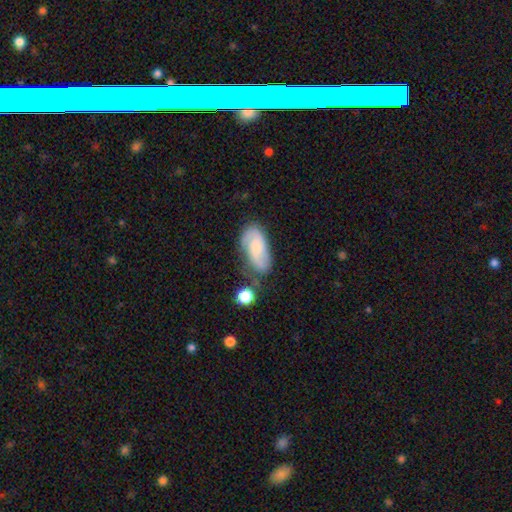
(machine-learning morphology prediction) A featured or disk galaxy (56%) with no bar (64%), spiral arms (88%) and a small central bulge (56%). Merging: none (54%).